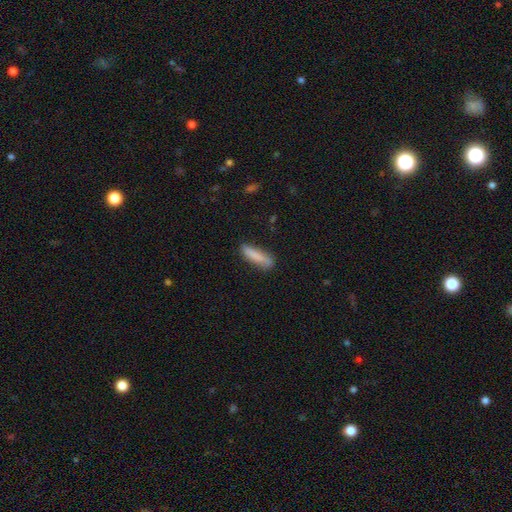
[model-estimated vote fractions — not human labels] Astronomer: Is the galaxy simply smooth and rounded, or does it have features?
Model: smooth — 83%.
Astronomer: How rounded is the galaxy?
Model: cigar-shaped — 74%.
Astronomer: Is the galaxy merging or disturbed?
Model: none — 77%.